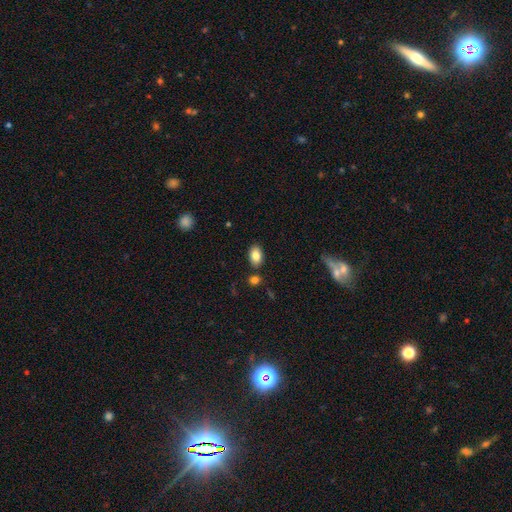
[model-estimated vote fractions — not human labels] A smooth galaxy with no disk features (84%) that is in between round and cigar-shaped (87%). Merging: none (82%).